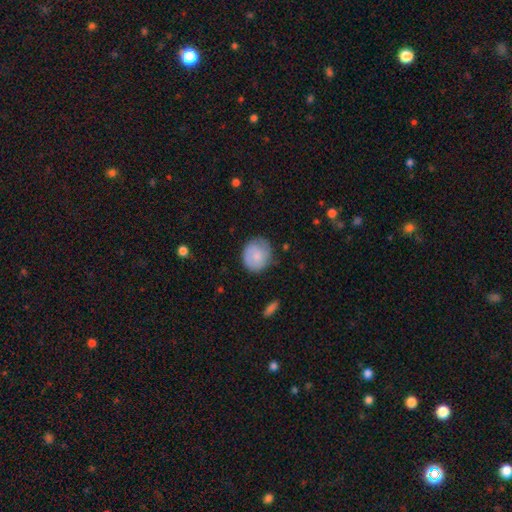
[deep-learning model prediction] Overall: smooth (65%; featured or disk 28%). How rounded: round (76%). Merging: none (69%).